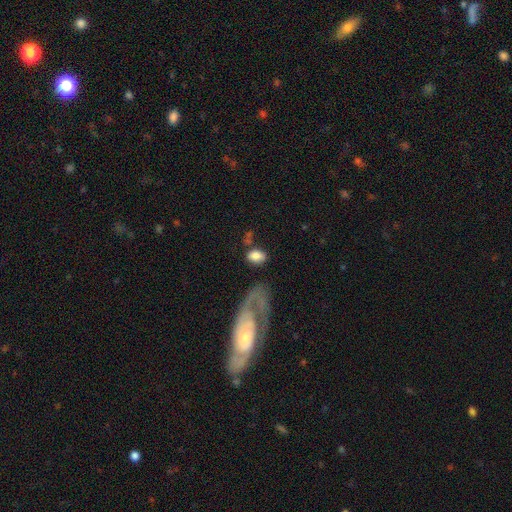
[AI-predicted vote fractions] This appears to be a smooth galaxy with no disk features (79%) that is in between round and cigar-shaped (85%). Merging: none (56%).